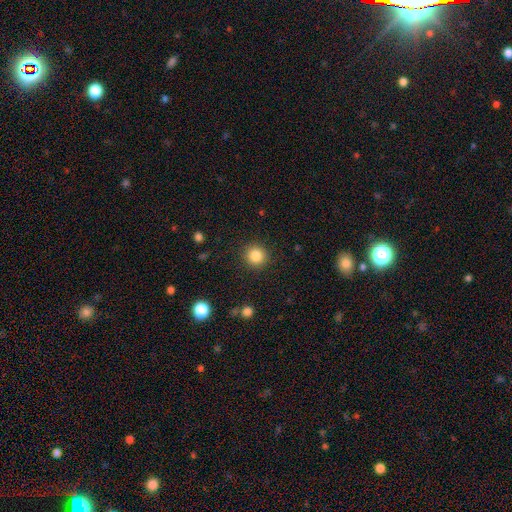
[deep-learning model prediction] smooth_or_featured: smooth (p=0.84) [alt: star or artifact p=0.11]
how_rounded: round (p=0.94) [alt: in between p=0.05]
merging: none (p=0.91) [alt: minor disturbance p=0.06]